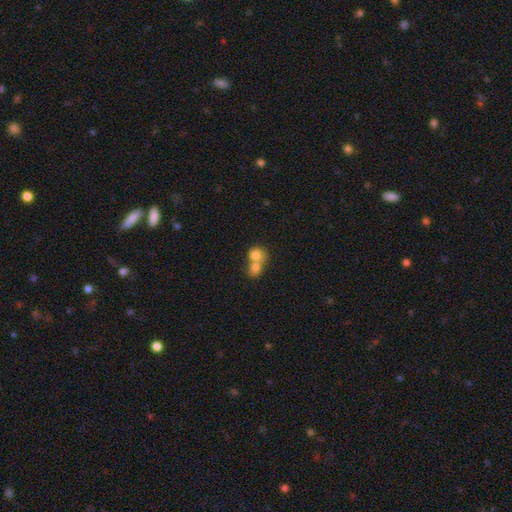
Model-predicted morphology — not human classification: Smooth or featured?
  - smooth: 77% *
  - featured or disk: 13%
  - star or artifact: 10%
How rounded?
  - round: 76% *
  - in between: 23%
  - cigar-shaped: 1%
Merging?
  - merger: 68% *
  - none: 25%
  - minor disturbance: 5%
  - major disturbance: 2%